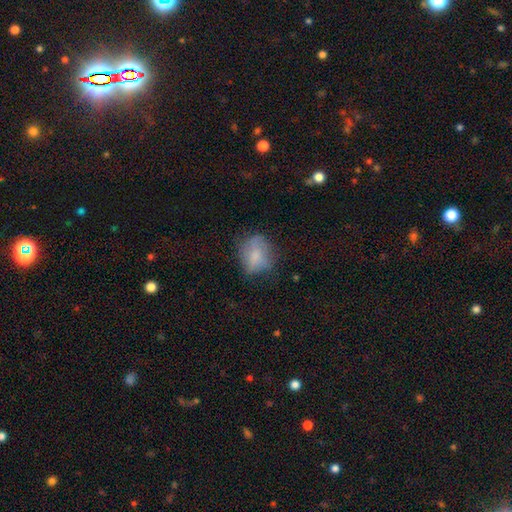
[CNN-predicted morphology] Smooth or featured? smooth (71%)
How rounded? round (53%)
Merging? none (58%)